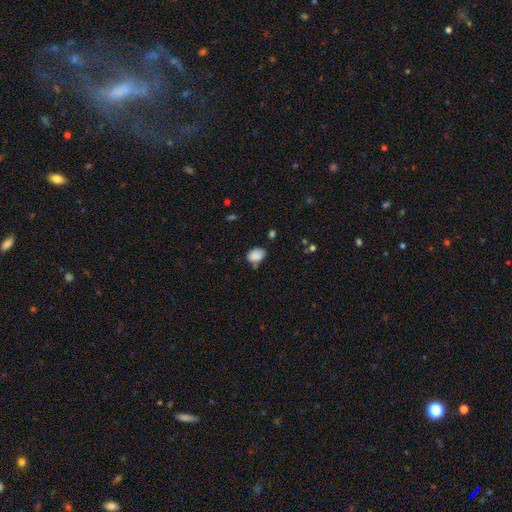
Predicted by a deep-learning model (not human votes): Morphology: type=smooth (87%); roundness=in between (79%); merging=none (59%).